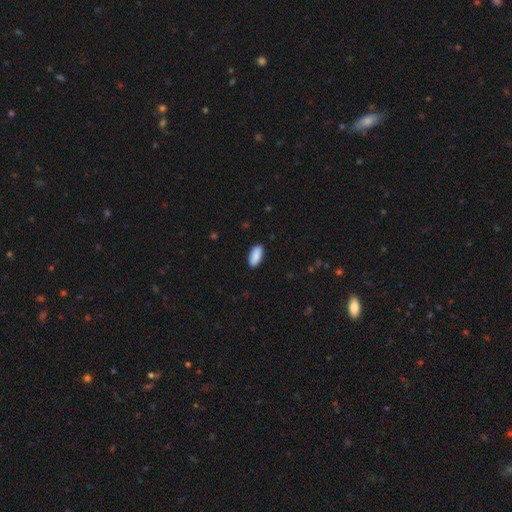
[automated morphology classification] Smooth or featured?
  - smooth: 90% *
  - star or artifact: 6%
  - featured or disk: 4%
How rounded?
  - in between: 90% *
  - cigar-shaped: 9%
  - round: 2%
Merging?
  - none: 89% *
  - minor disturbance: 8%
  - major disturbance: 2%
  - merger: 1%